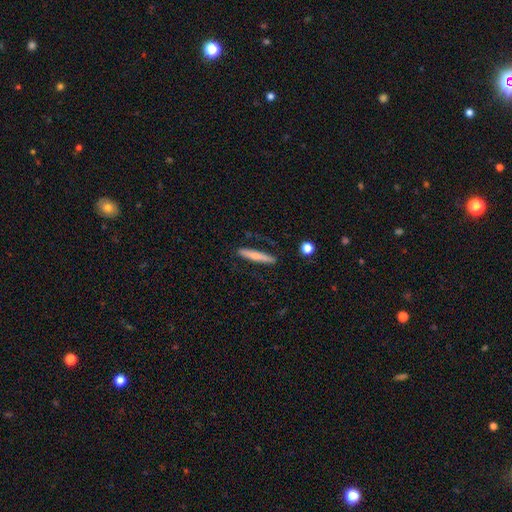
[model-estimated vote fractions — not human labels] Smooth or featured?
  - smooth: 65% *
  - featured or disk: 29%
  - star or artifact: 6%
How rounded?
  - cigar-shaped: 92% *
  - in between: 6%
  - round: 2%
Merging?
  - none: 85% *
  - minor disturbance: 11%
  - major disturbance: 2%
  - merger: 2%